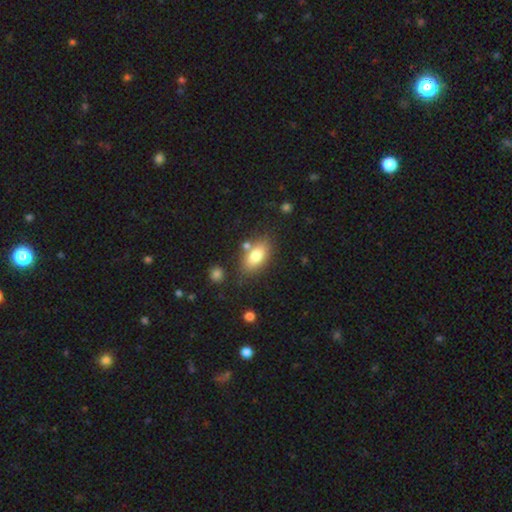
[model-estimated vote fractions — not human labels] smooth_or_featured: smooth (p=0.79) [alt: featured or disk p=0.13]
how_rounded: in between (p=0.88) [alt: cigar-shaped p=0.07]
merging: none (p=0.71) [alt: minor disturbance p=0.14]